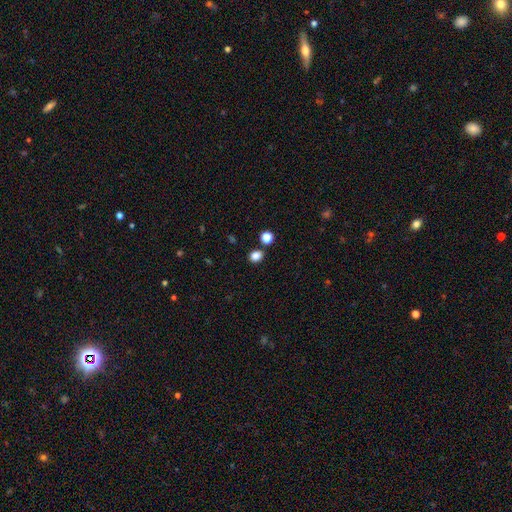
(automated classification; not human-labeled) Q: Smooth or featured?
A: smooth (83%); runner-up: star or artifact (13%)
Q: How rounded?
A: round (51%); runner-up: in between (48%)
Q: Merging?
A: none (81%); runner-up: minor disturbance (9%)